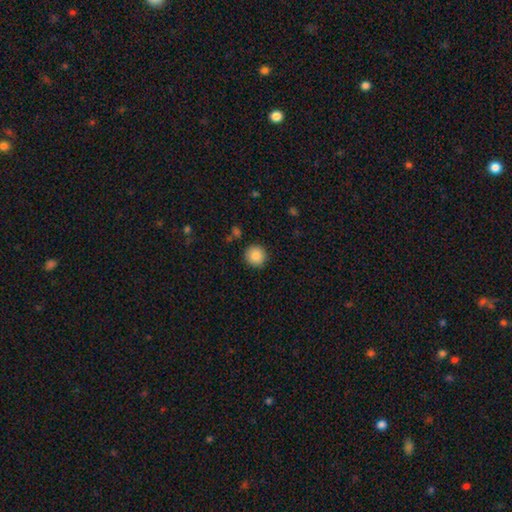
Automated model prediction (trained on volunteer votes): The model was most divided on "smooth or featured": smooth: 87%, star or artifact: 9%, featured or disk: 5%. More confident: how rounded — round (94%); merging — none (90%).